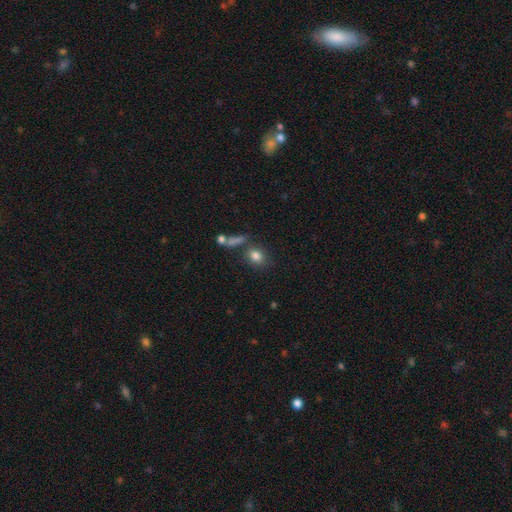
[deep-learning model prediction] Q: Smooth or featured?
A: smooth (81%); runner-up: star or artifact (11%)
Q: How rounded?
A: round (58%); runner-up: in between (39%)
Q: Merging?
A: none (69%); runner-up: merger (13%)